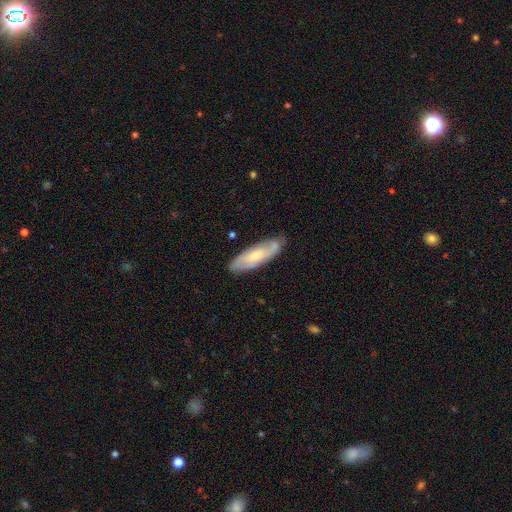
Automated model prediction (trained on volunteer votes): A featured or disk galaxy (53%). Merging: none (75%).